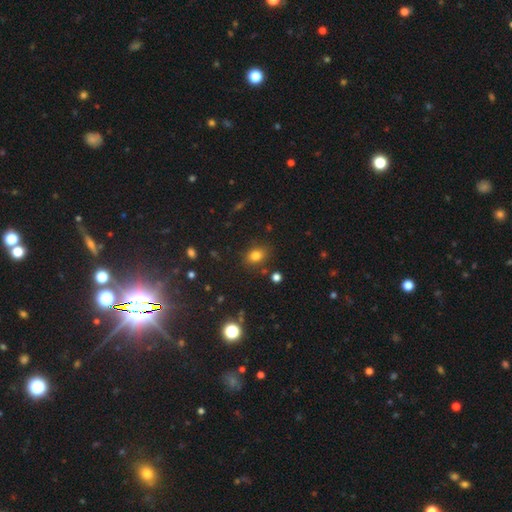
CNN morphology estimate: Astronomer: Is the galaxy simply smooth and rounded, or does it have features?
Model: smooth — 79%.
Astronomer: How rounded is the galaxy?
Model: in between — 60% (runner-up: round, 38%).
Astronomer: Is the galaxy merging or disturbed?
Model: none — 81%.